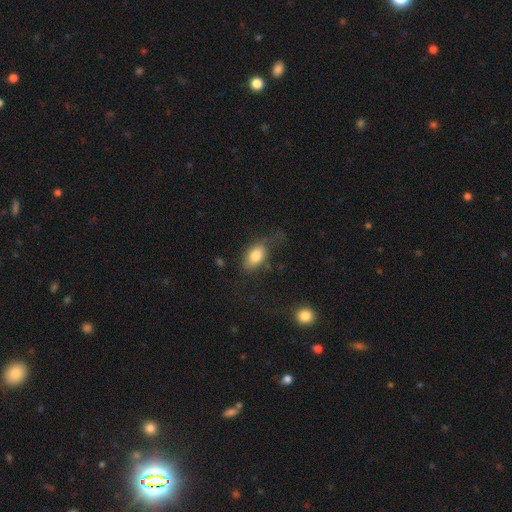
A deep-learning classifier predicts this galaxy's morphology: Q: Smooth or featured?
A: smooth (80%); runner-up: featured or disk (13%)
Q: How rounded?
A: in between (90%); runner-up: round (7%)
Q: Merging?
A: none (55%); runner-up: minor disturbance (25%)